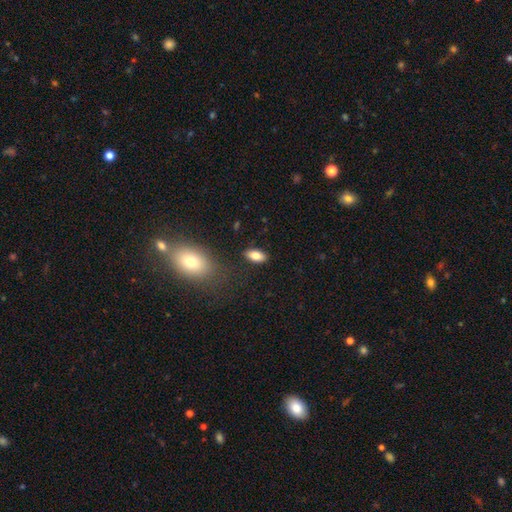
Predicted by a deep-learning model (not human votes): smooth 80%, featured or disk 12%, star or artifact 8%. Down the decision tree: how rounded — in between (89%); merging — none (86%).